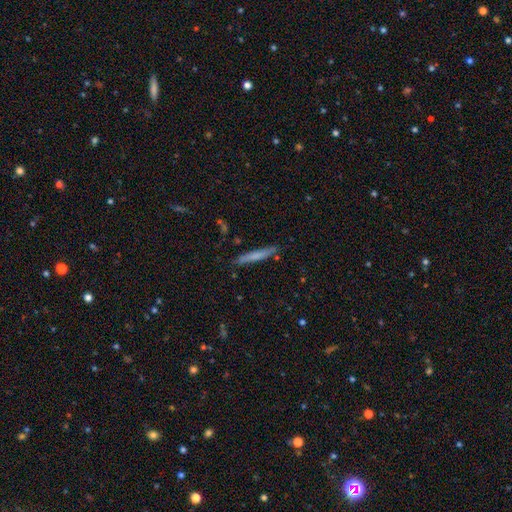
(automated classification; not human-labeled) Morphology: type=smooth (65%); roundness=cigar-shaped (95%); merging=none (85%).